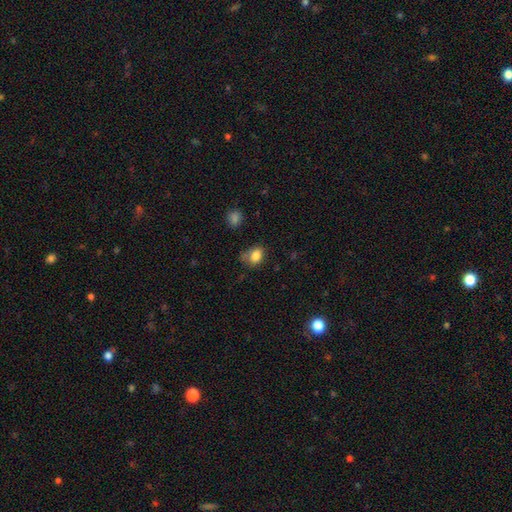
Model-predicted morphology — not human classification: Smooth or featured? smooth (82%)
How rounded? in between (67%)
Merging? none (52%)